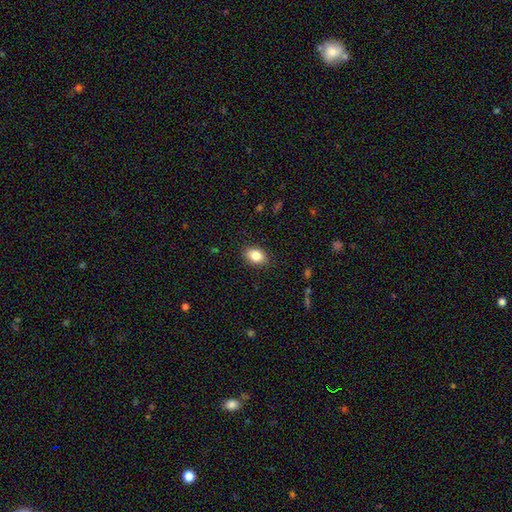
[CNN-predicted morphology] A smooth galaxy with no disk features (85%) that is in between round and cigar-shaped (83%).

Vote fractions:
- Smooth or featured? smooth: 85% / star or artifact: 8% / featured or disk: 7%
- How rounded? in between: 83% / round: 15% / cigar-shaped: 1%
- Merging? none: 88% / minor disturbance: 9% / major disturbance: 2% / merger: 1%